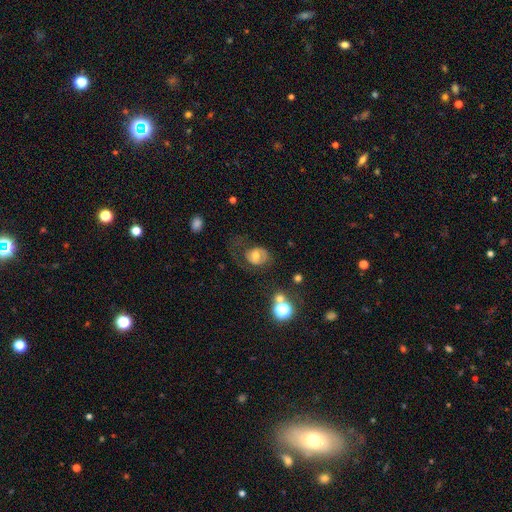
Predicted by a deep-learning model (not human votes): This appears to be a featured or disk galaxy (46%). Merging: none (41%).